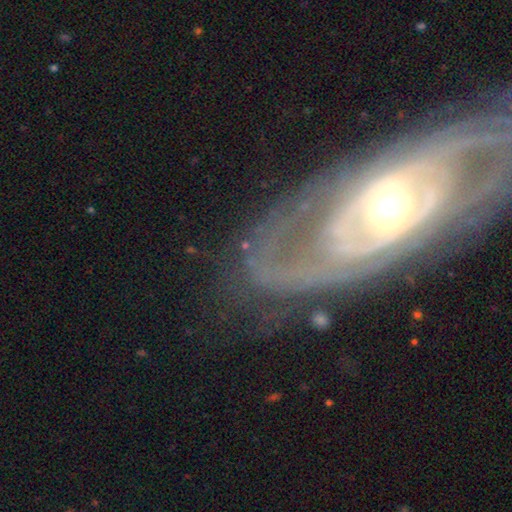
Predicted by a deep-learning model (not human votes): smooth_or_featured: featured or disk (p=0.82) [alt: smooth p=0.11]
disk_edge_on: no (p=0.89) [alt: yes p=0.11]
bar: no (p=0.64) [alt: weak p=0.22]
has_spiral_arms: yes (p=0.71) [alt: no p=0.29]
spiral_winding: tight (p=0.61) [alt: medium p=0.27]
spiral_arm_count: can't tell (p=0.42) [alt: 2 p=0.32]
bulge_size: moderate (p=0.66) [alt: small p=0.19]
merging: none (p=0.66) [alt: minor disturbance p=0.16]